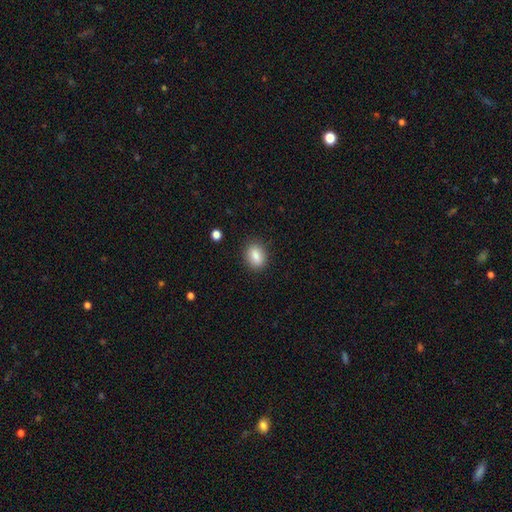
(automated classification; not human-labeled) Morphology: type=smooth (86%); roundness=in between (69%); merging=none (87%).